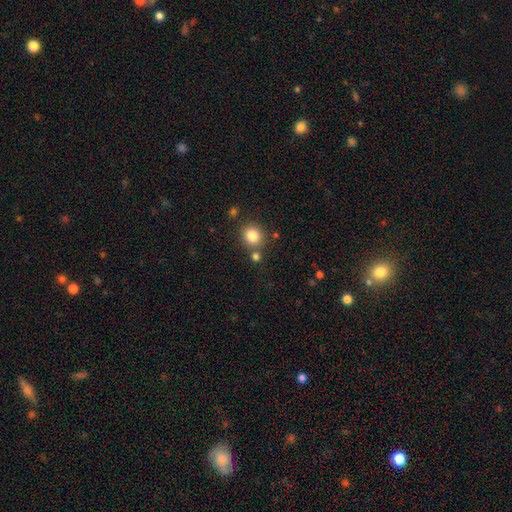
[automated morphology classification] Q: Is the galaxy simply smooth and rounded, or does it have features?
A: smooth — 78%.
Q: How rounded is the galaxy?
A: round — 89%.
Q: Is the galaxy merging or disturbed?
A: none — 80%.